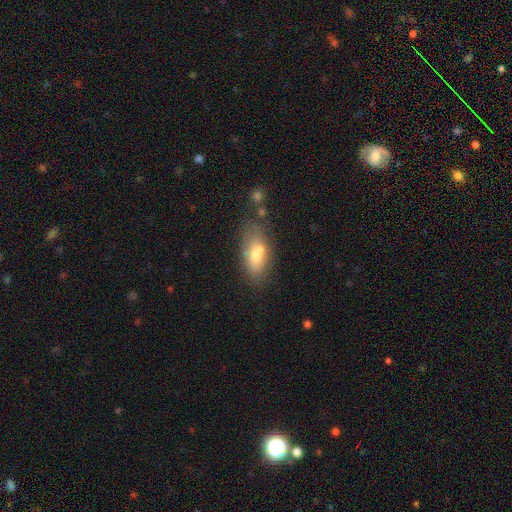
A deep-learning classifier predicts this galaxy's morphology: smooth_or_featured: smooth (p=0.64) [alt: featured or disk p=0.25]
how_rounded: in between (p=0.80) [alt: cigar-shaped p=0.14]
merging: none (p=0.51) [alt: merger p=0.23]